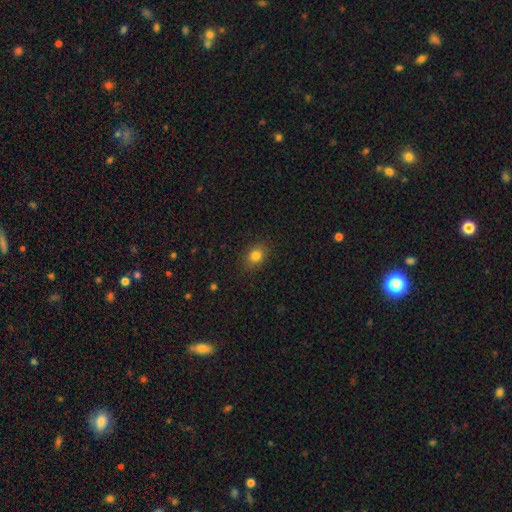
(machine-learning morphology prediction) smooth 81%, star or artifact 12%, featured or disk 7%. Down the decision tree: how rounded — in between (56%); merging — none (87%).